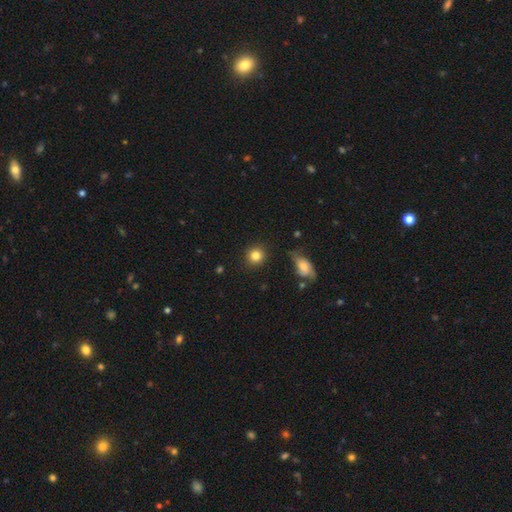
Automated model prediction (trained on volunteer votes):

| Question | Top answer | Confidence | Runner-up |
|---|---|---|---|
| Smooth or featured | smooth | 83% | star or artifact (10%) |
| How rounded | round | 88% | in between (10%) |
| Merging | none | 88% | minor disturbance (8%) |